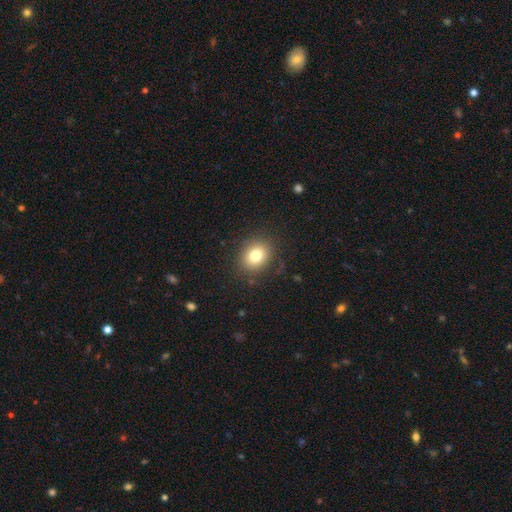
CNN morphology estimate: A smooth galaxy with no disk features (79%) that is round (62%).

Vote fractions:
- Smooth or featured? smooth: 79% / star or artifact: 12% / featured or disk: 10%
- How rounded? round: 62% / in between: 37% / cigar-shaped: 1%
- Merging? none: 85% / minor disturbance: 9% / major disturbance: 4% / merger: 1%